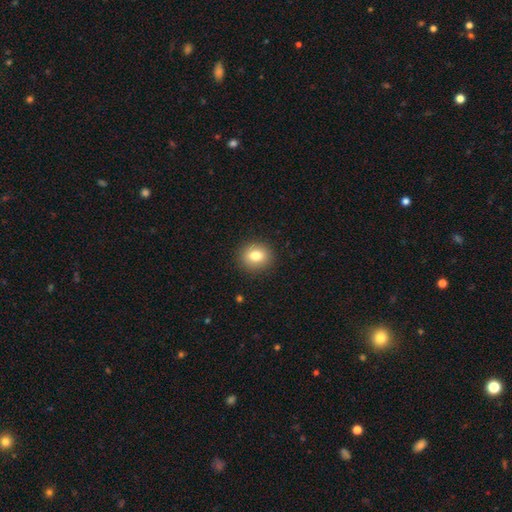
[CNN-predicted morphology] Overall: smooth (80%). How rounded: round (75%). Merging: none (89%).